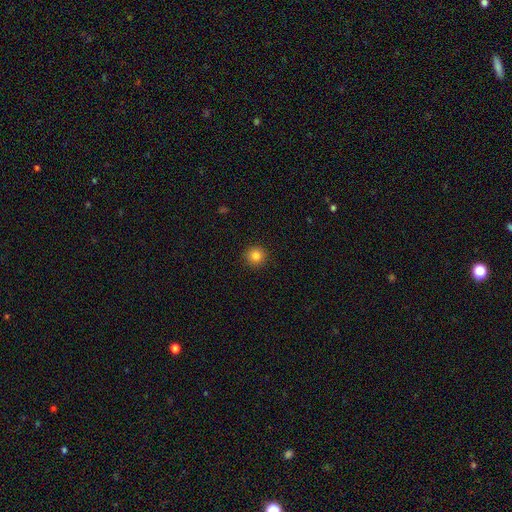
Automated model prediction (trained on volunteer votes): Smooth or featured?
  - smooth: 85% *
  - star or artifact: 11%
  - featured or disk: 4%
How rounded?
  - round: 95% *
  - in between: 4%
  - cigar-shaped: 1%
Merging?
  - none: 92% *
  - minor disturbance: 5%
  - major disturbance: 2%
  - merger: 1%